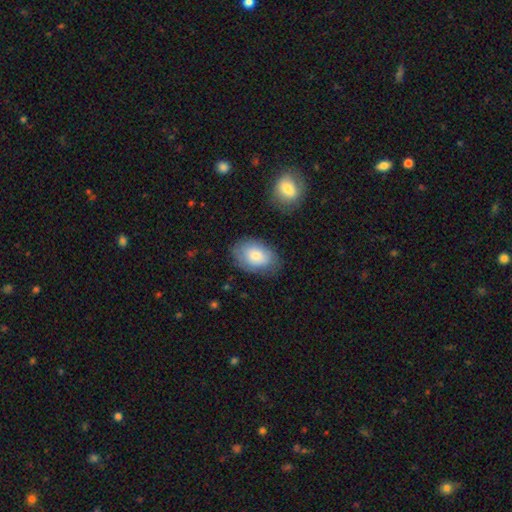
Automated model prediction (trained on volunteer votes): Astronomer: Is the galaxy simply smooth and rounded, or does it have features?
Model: smooth — 76%.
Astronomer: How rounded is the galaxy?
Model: in between — 87%.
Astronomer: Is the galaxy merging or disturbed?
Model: none — 74%.